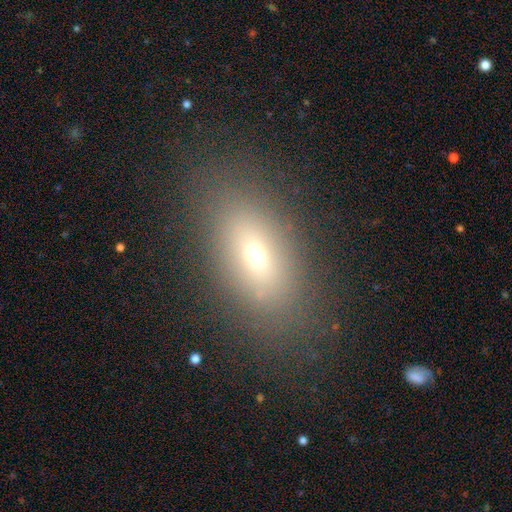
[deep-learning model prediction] Morphology: type=smooth (62%); roundness=in between (81%); merging=none (83%).